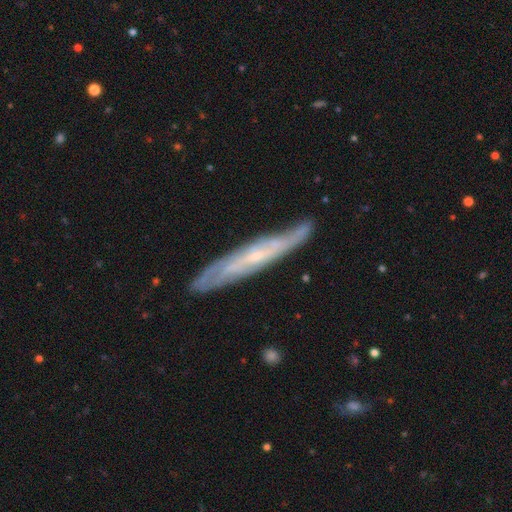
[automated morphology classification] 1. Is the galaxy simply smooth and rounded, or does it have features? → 75% featured or disk, 19% smooth, 6% star or artifact.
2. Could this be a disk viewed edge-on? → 61% yes, 39% no.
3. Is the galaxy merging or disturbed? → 80% none, 16% minor disturbance, 3% major disturbance, 2% merger.